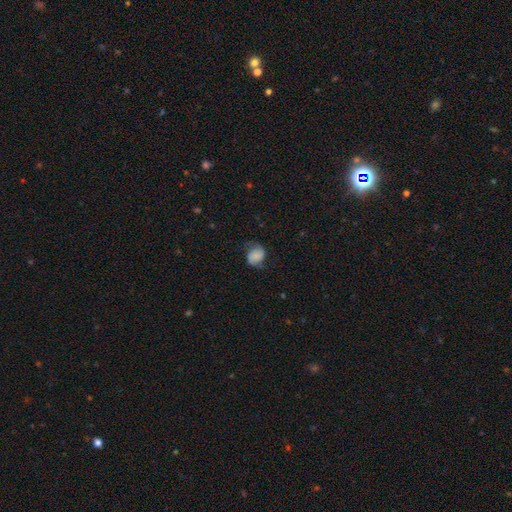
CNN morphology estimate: Smooth or featured? Predicted: featured or disk (p=0.54). Edge-on disk? Predicted: no (p=0.98). Bar? Predicted: no (p=0.65). Spiral arms? Predicted: yes (p=0.92). Bulge size? Predicted: none (p=0.45). Merging? Predicted: none (p=0.67).